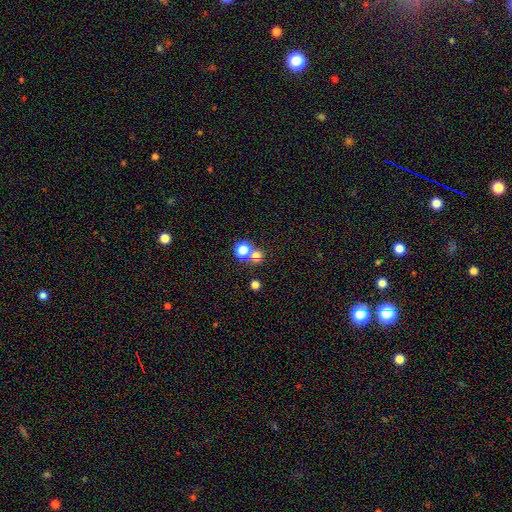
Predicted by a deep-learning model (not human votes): Smooth or featured?
  - smooth: 69% *
  - star or artifact: 22%
  - featured or disk: 9%
How rounded?
  - round: 85% *
  - in between: 14%
  - cigar-shaped: 1%
Merging?
  - none: 54% *
  - merger: 36%
  - minor disturbance: 6%
  - major disturbance: 4%